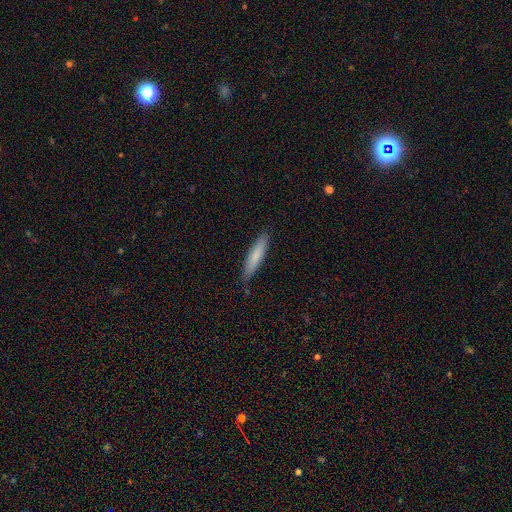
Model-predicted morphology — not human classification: smooth_or_featured: smooth (p=0.78) [alt: featured or disk p=0.17]
how_rounded: cigar-shaped (p=0.86) [alt: in between p=0.12]
merging: none (p=0.84) [alt: minor disturbance p=0.13]